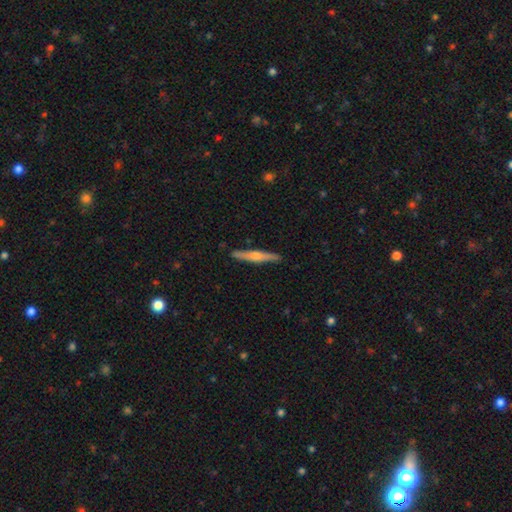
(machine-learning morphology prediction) This appears to be a featured or disk galaxy (57%) viewed edge-on (97%) with a rounded central bulge (79%). Merging: none (90%).